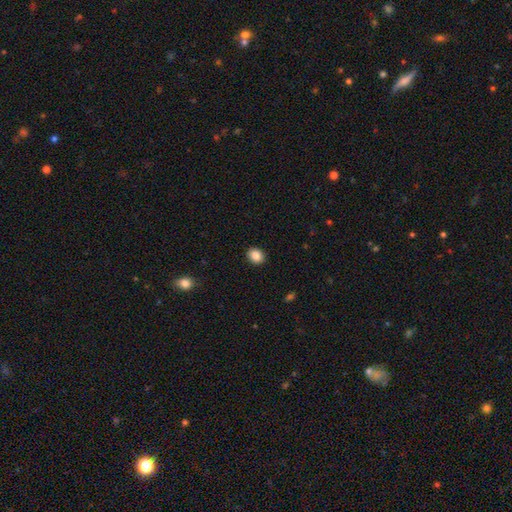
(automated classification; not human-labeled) A smooth galaxy with no disk features (86%) that is round (55%). Merging: none (91%).